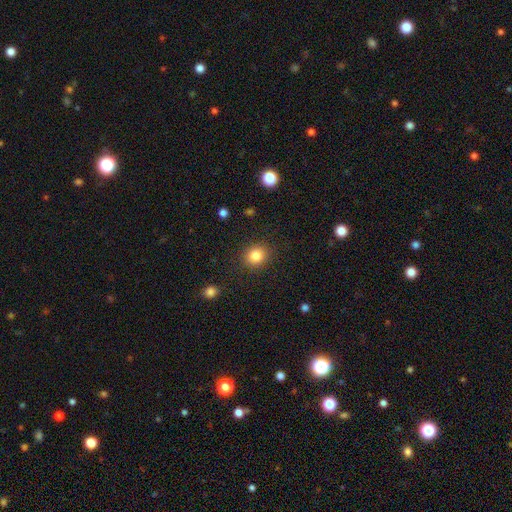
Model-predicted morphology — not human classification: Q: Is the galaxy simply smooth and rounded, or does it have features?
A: smooth — 85%.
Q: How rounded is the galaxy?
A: round — 79%.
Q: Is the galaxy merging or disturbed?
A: none — 88%.